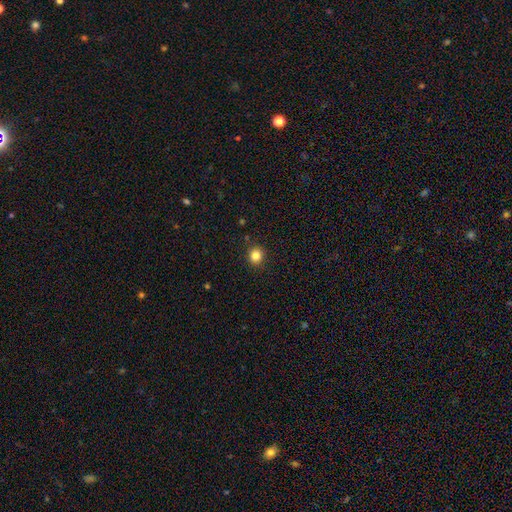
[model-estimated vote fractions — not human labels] This appears to be a smooth galaxy with no disk features (84%) that is round (89%). Merging: none (91%).